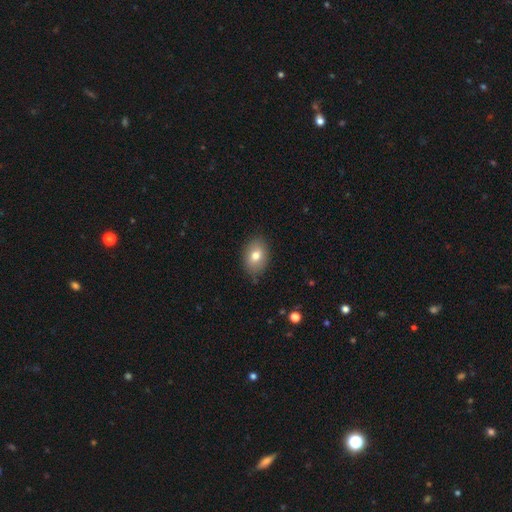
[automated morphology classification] This appears to be a smooth galaxy with no disk features (77%) that is in between round and cigar-shaped (75%). Merging: none (82%).